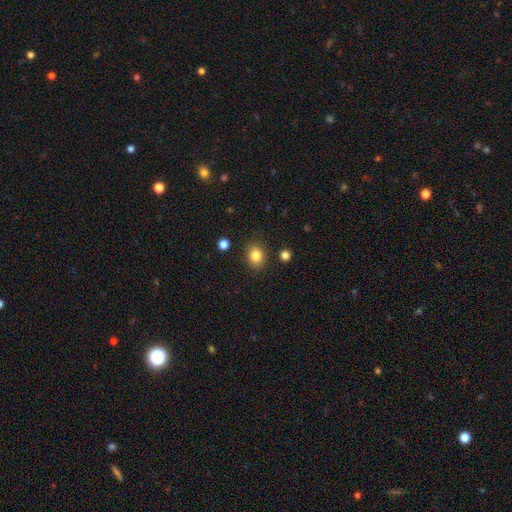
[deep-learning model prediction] A smooth galaxy with no disk features (84%) that is round (53%).

Vote fractions:
- Smooth or featured? smooth: 84% / star or artifact: 10% / featured or disk: 6%
- How rounded? round: 53% / in between: 46% / cigar-shaped: 1%
- Merging? none: 86% / minor disturbance: 9% / major disturbance: 3% / merger: 3%